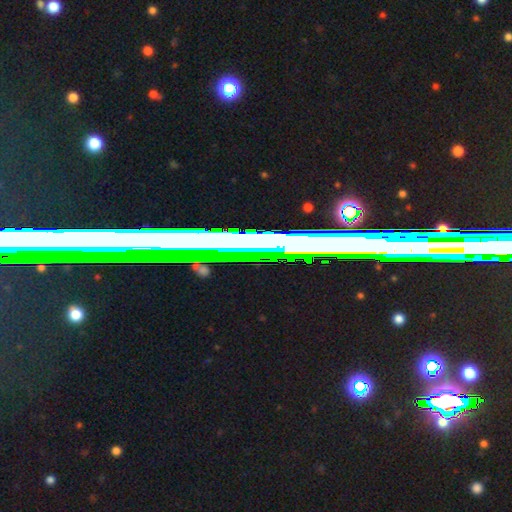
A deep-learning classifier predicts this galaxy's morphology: The model was most divided on "smooth or featured": star or artifact: 53%, featured or disk: 31%, smooth: 15%.